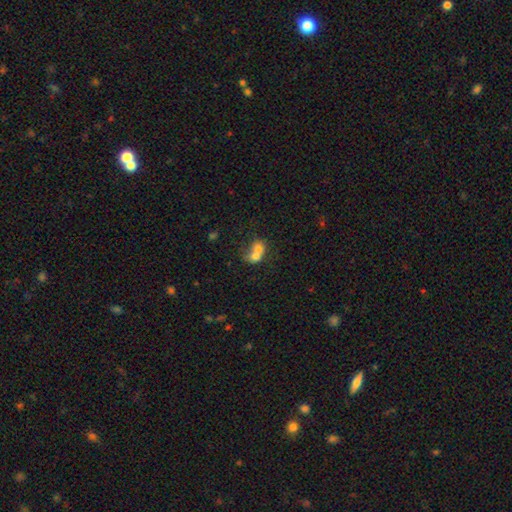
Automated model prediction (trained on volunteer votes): Smooth or featured?
  - smooth: 65% *
  - featured or disk: 24%
  - star or artifact: 11%
How rounded?
  - round: 52% *
  - in between: 46%
  - cigar-shaped: 1%
Merging?
  - merger: 75% *
  - none: 15%
  - minor disturbance: 6%
  - major disturbance: 5%